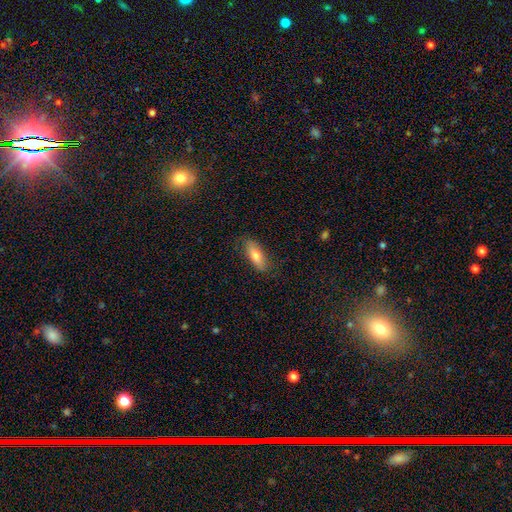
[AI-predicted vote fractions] Smooth or featured: smooth — 72% (featured or disk — 21%)
How rounded: in between — 64% (cigar-shaped — 33%)
Merging: none — 79% (minor disturbance — 16%)